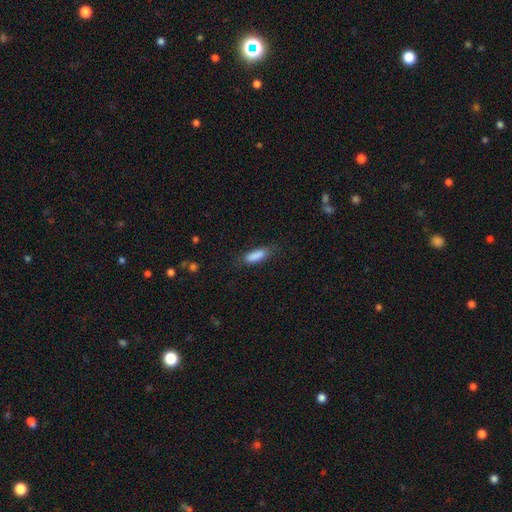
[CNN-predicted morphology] The model was most divided on "how rounded": in between: 57%, cigar-shaped: 41%, round: 2%. More confident: smooth or featured — smooth (86%); merging — none (73%).